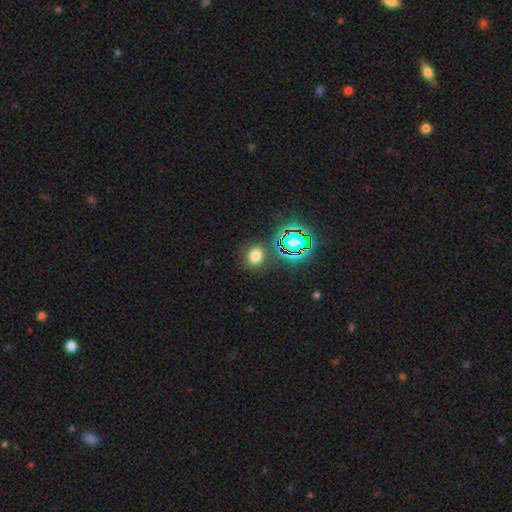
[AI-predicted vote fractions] smooth 67%, star or artifact 25%, featured or disk 7%. Down the decision tree: how rounded — round (61%); merging — none (82%).